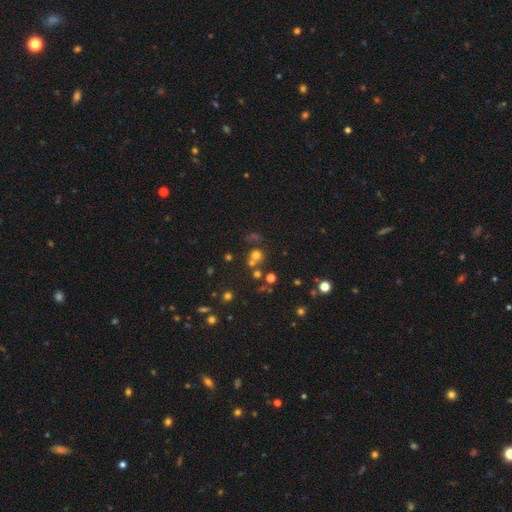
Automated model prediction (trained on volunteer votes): This is likely a smooth galaxy (60%). How rounded: clearly round (86%). Merging: possibly none (57%).